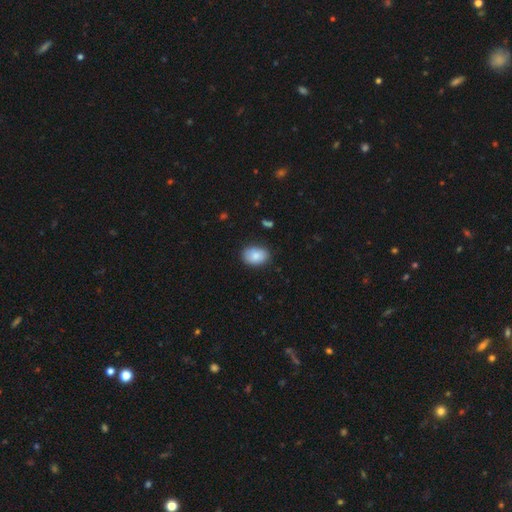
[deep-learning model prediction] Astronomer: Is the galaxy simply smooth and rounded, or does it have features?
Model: smooth — 86%.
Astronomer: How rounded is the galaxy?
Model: in between — 76%.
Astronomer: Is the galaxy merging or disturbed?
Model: none — 82%.